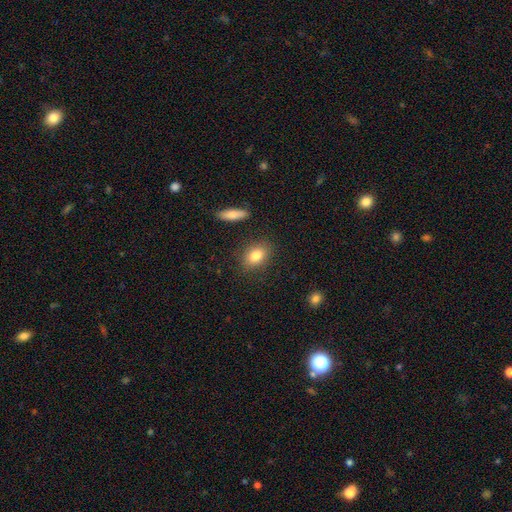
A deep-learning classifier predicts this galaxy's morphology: A smooth galaxy with no disk features (81%) that is in between round and cigar-shaped (72%).

Vote fractions:
- Smooth or featured? smooth: 81% / featured or disk: 10% / star or artifact: 9%
- How rounded? in between: 72% / round: 25% / cigar-shaped: 3%
- Merging? none: 85% / minor disturbance: 10% / major disturbance: 3% / merger: 3%